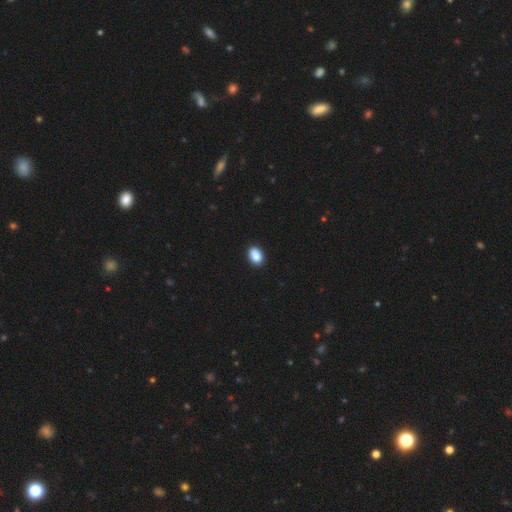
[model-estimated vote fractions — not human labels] Q: Smooth or featured?
A: smooth (88%); runner-up: star or artifact (8%)
Q: How rounded?
A: in between (81%); runner-up: round (17%)
Q: Merging?
A: none (90%); runner-up: minor disturbance (7%)